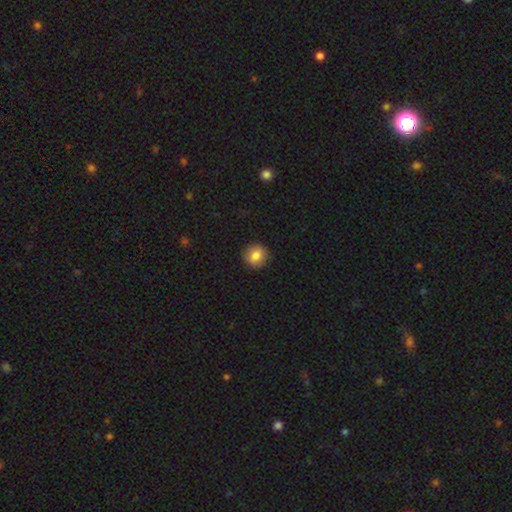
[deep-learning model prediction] Smooth or featured? smooth (83%)
How rounded? round (88%)
Merging? none (90%)